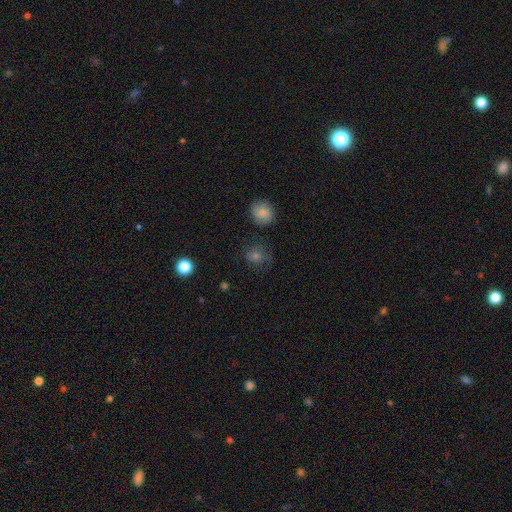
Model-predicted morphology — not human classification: smooth-or-featured: smooth: 60% | star or artifact: 24% | featured or disk: 16%
  how-rounded: round: 80% | in between: 19% | cigar-shaped: 1%
  merging: none: 75% | minor disturbance: 16% | major disturbance: 7% | merger: 2%